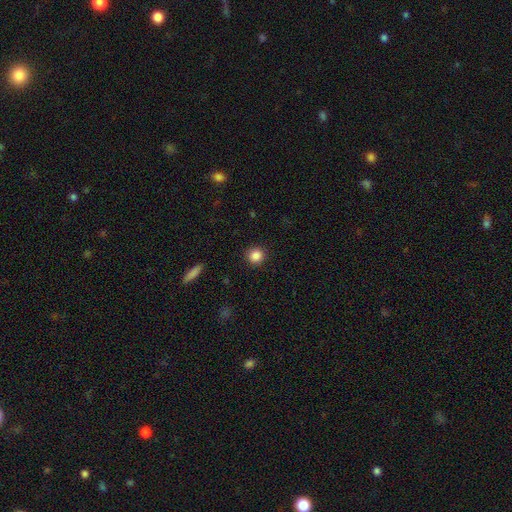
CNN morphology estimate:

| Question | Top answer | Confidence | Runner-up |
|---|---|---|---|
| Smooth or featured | smooth | 85% | star or artifact (10%) |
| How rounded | round | 93% | in between (6%) |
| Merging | none | 92% | minor disturbance (5%) |